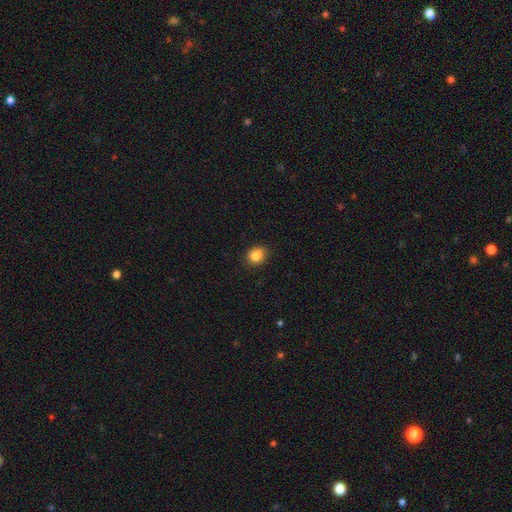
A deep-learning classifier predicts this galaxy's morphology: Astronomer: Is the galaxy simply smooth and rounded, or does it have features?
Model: smooth — 83%.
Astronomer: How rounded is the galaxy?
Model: round — 57% (runner-up: in between, 42%).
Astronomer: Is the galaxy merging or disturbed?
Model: none — 68%.